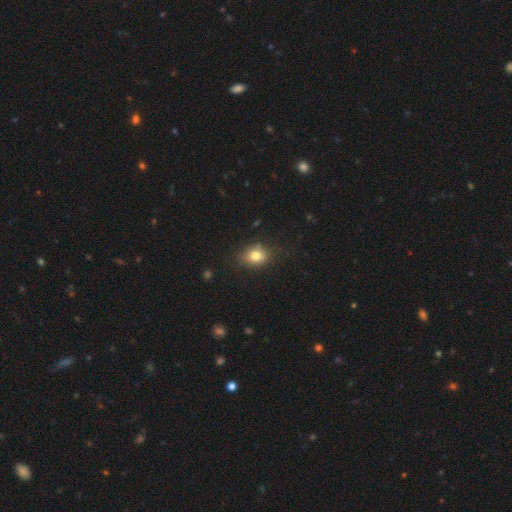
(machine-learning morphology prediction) This is likely a smooth galaxy (79%). How rounded: possibly in between (51%). Merging: likely none (77%).